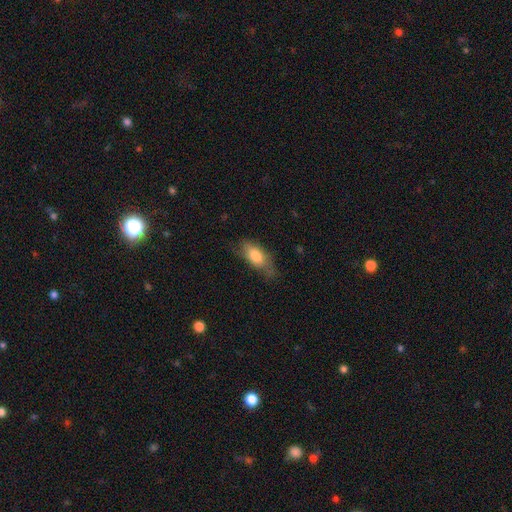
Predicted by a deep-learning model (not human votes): Smooth or featured: smooth — 75% (featured or disk — 18%)
How rounded: in between — 84% (cigar-shaped — 13%)
Merging: none — 61% (minor disturbance — 28%)